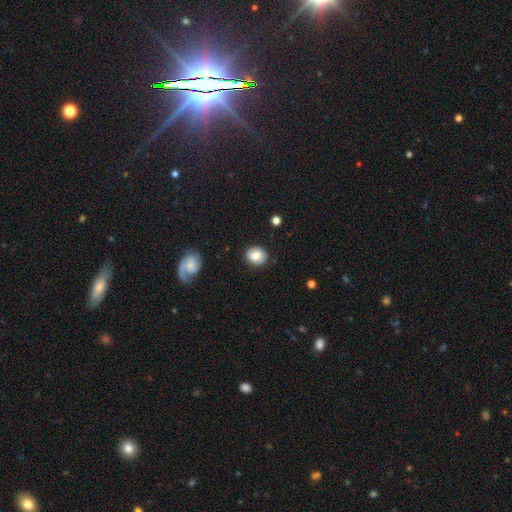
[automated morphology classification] Smooth or featured?
  - smooth: 75% *
  - featured or disk: 16%
  - star or artifact: 8%
How rounded?
  - round: 72% *
  - in between: 27%
  - cigar-shaped: 1%
Merging?
  - none: 84% *
  - minor disturbance: 11%
  - major disturbance: 3%
  - merger: 2%